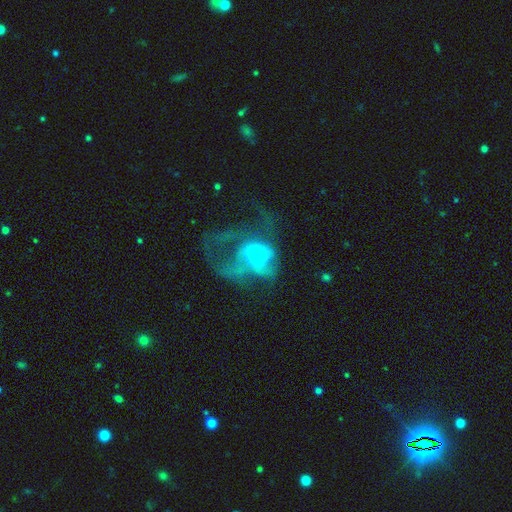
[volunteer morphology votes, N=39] type=featured or disk (64%); edge-on=no (100%); bar=no (72%); spiral arms=yes (60%); winding=medium (40%, tied with loose); arm count=can't tell (47%); bulge=moderate (48%); merging=major disturbance (69%).